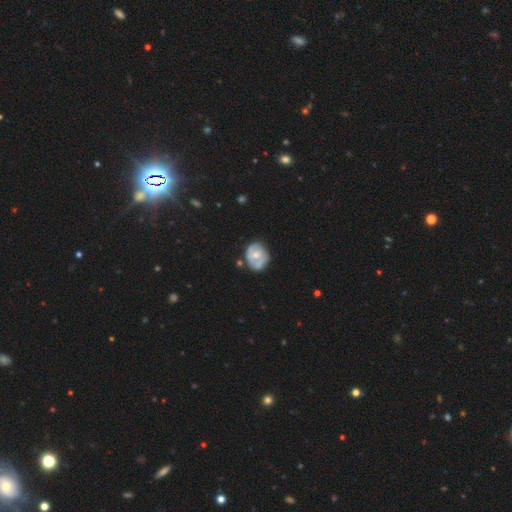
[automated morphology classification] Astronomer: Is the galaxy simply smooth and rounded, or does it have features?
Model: featured or disk — 47%, tied with smooth at 47%.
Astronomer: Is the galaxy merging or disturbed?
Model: none — 53% (runner-up: minor disturbance, 30%).